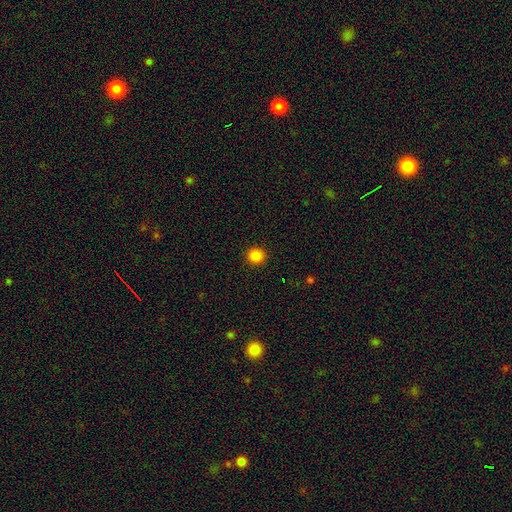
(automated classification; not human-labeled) Smooth or featured: smooth — 85% (star or artifact — 12%)
How rounded: round — 94% (in between — 5%)
Merging: none — 93% (minor disturbance — 4%)